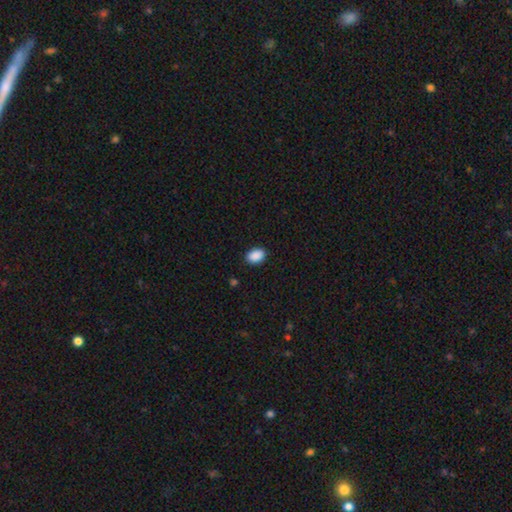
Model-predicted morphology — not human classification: Smooth or featured: smooth — 90% (star or artifact — 7%)
How rounded: in between — 82% (round — 17%)
Merging: none — 89% (minor disturbance — 8%)